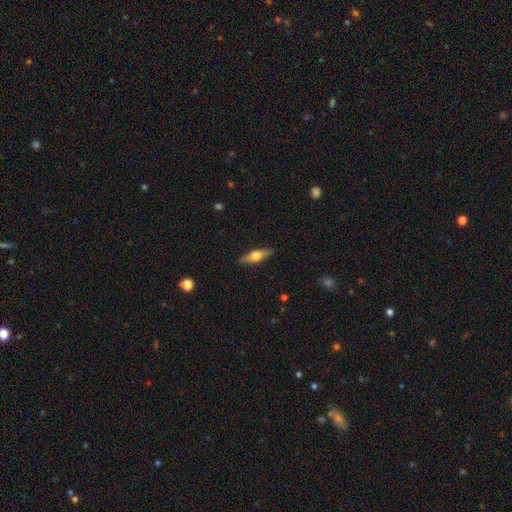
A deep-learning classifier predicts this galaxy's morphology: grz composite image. It shows a smooth galaxy with no disk features (50%) that is cigar-shaped (49%). Merging: none (88%).